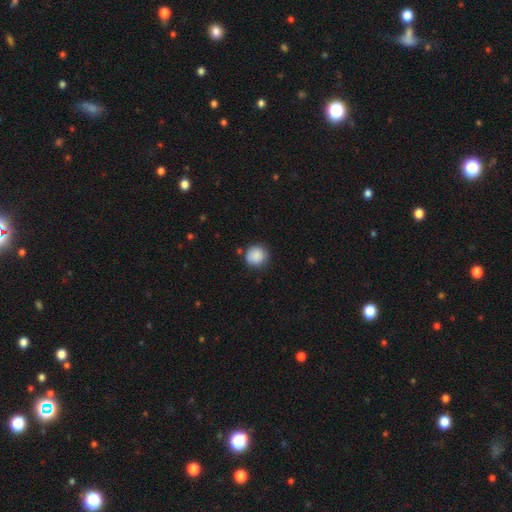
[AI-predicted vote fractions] A smooth galaxy with no disk features (88%) that is round (93%).

Vote fractions:
- Smooth or featured? smooth: 88% / star or artifact: 8% / featured or disk: 5%
- How rounded? round: 93% / in between: 6% / cigar-shaped: 1%
- Merging? none: 82% / minor disturbance: 13% / major disturbance: 3% / merger: 3%